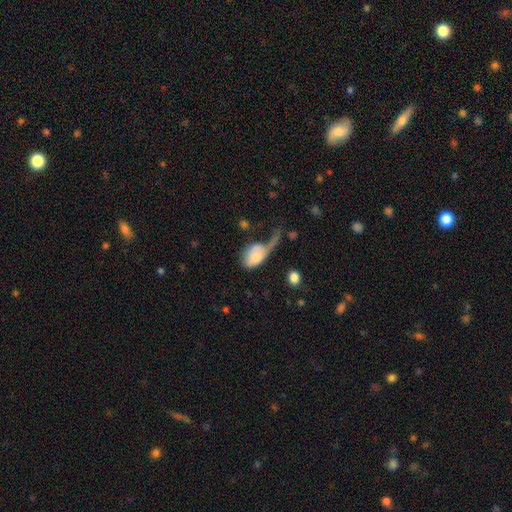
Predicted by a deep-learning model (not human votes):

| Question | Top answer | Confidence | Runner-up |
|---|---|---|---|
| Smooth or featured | smooth | 67% | featured or disk (26%) |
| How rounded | in between | 84% | round (14%) |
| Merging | major disturbance | 50% | minor disturbance (18%) |